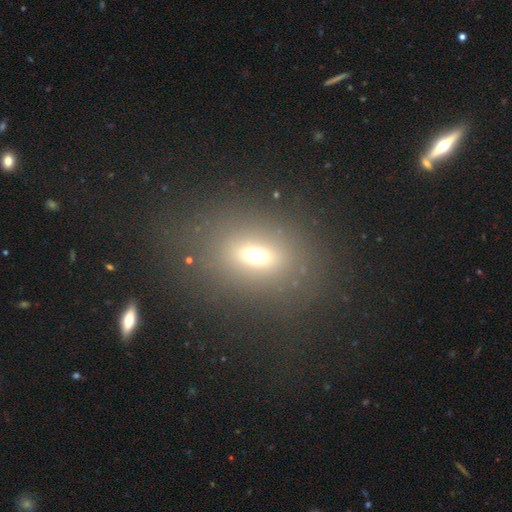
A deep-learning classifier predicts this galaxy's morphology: Overall: smooth (62%). How rounded: in between (70%). Merging: none (78%).